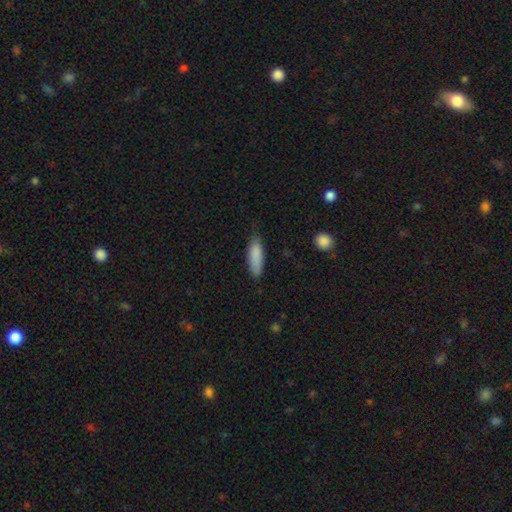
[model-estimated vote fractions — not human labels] Smooth or featured? Predicted: smooth (p=0.86). How rounded? Predicted: cigar-shaped (p=0.51). Merging? Predicted: none (p=0.74).